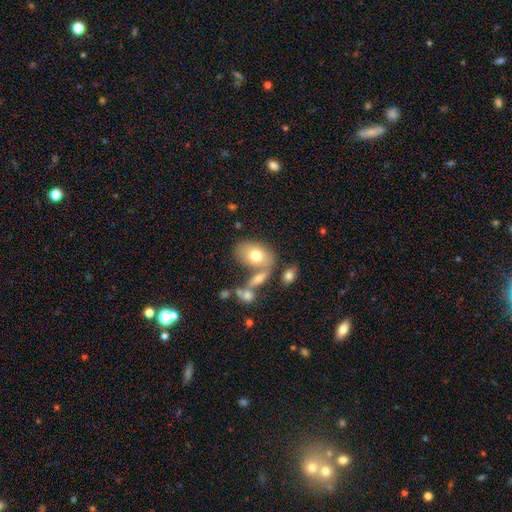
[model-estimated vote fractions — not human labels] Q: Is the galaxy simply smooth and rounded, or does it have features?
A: smooth — 71%.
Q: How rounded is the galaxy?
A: in between — 82%.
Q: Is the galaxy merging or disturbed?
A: none — 51%.